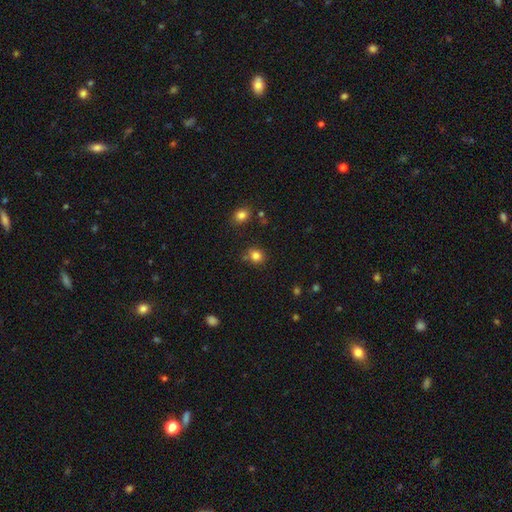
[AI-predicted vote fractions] Smooth or featured: smooth — 81% (star or artifact — 13%)
How rounded: round — 78% (in between — 21%)
Merging: none — 75% (minor disturbance — 13%)